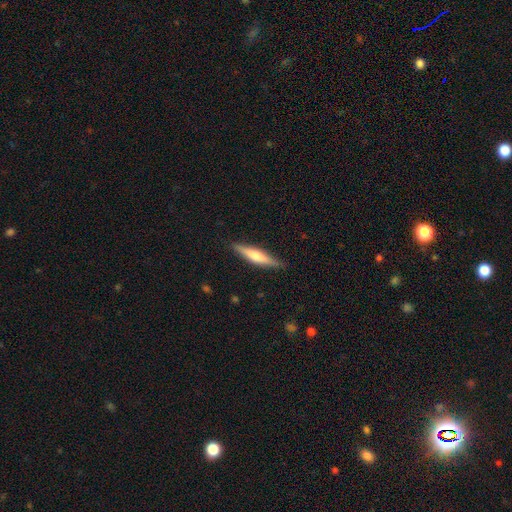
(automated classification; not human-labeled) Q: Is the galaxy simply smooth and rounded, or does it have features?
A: featured or disk — 53%.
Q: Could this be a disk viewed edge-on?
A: yes — 96%.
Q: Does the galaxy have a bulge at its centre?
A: rounded — 76%.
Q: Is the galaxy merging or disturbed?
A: none — 88%.